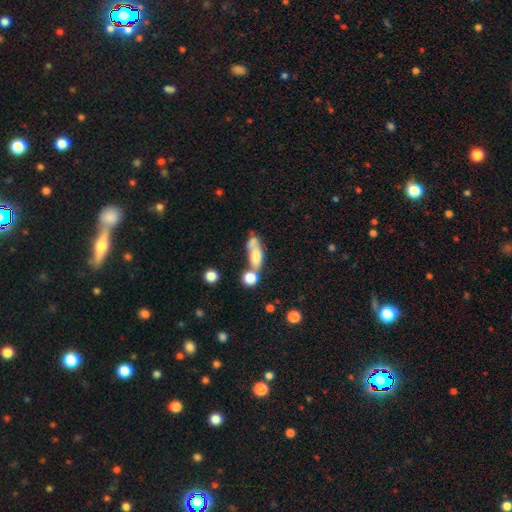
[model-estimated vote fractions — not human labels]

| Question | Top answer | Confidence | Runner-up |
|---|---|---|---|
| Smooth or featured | smooth | 63% | featured or disk (28%) |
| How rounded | in between | 59% | cigar-shaped (32%) |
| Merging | merger | 44% | none (29%) |